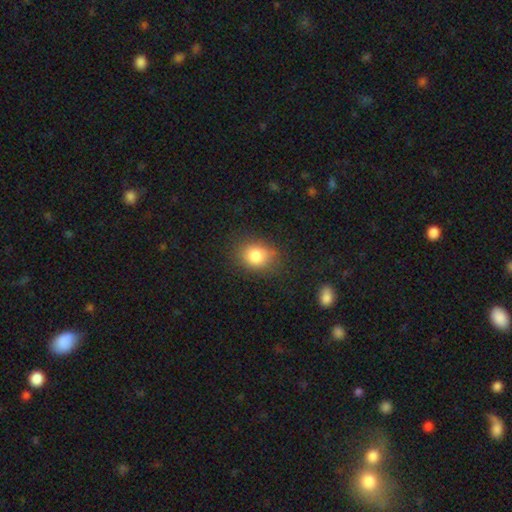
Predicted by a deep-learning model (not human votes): Smooth or featured?
  - smooth: 82% *
  - star or artifact: 10%
  - featured or disk: 8%
How rounded?
  - in between: 51% *
  - round: 48%
  - cigar-shaped: 1%
Merging?
  - none: 80% *
  - minor disturbance: 14%
  - major disturbance: 4%
  - merger: 1%